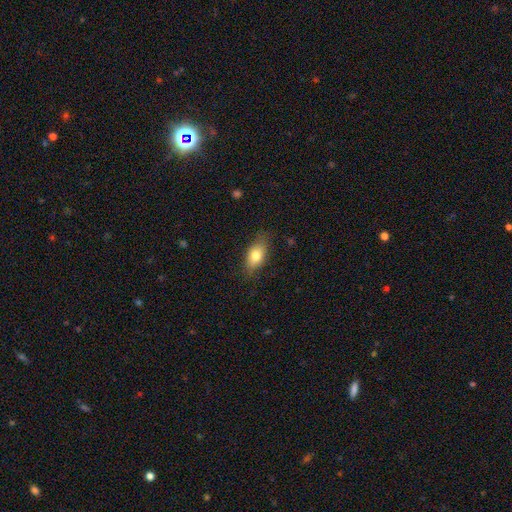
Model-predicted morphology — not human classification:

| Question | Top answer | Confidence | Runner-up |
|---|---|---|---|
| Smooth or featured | smooth | 77% | featured or disk (15%) |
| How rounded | in between | 85% | round (9%) |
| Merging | none | 78% | minor disturbance (17%) |